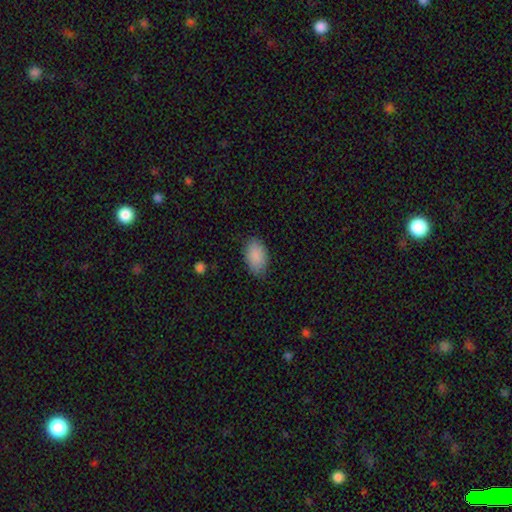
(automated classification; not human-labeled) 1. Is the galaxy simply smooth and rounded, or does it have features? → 89% smooth, 7% star or artifact, 4% featured or disk.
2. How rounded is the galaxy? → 92% in between, 6% round, 2% cigar-shaped.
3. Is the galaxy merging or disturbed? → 80% none, 16% minor disturbance, 3% major disturbance, 1% merger.